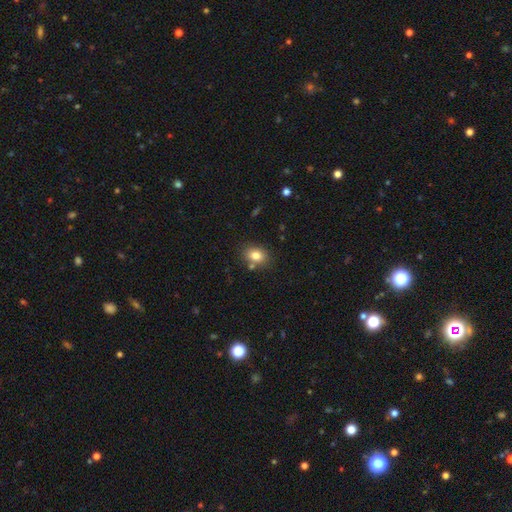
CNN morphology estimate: The model was most divided on "how rounded": in between: 62%, round: 37%, cigar-shaped: 1%. More confident: smooth or featured — smooth (81%); merging — none (76%).